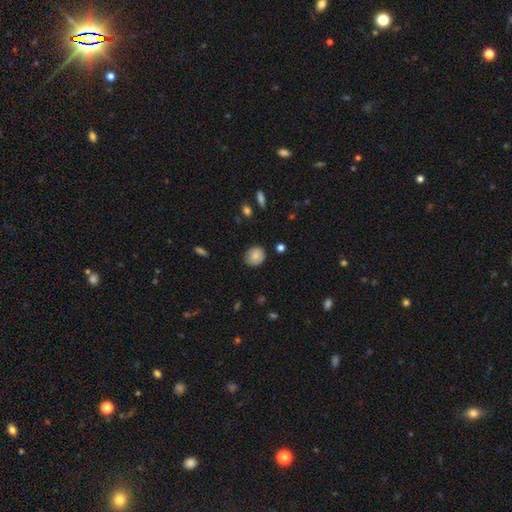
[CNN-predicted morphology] Smooth or featured? Predicted: smooth (p=0.80). How rounded? Predicted: round (p=0.70). Merging? Predicted: none (p=0.81).